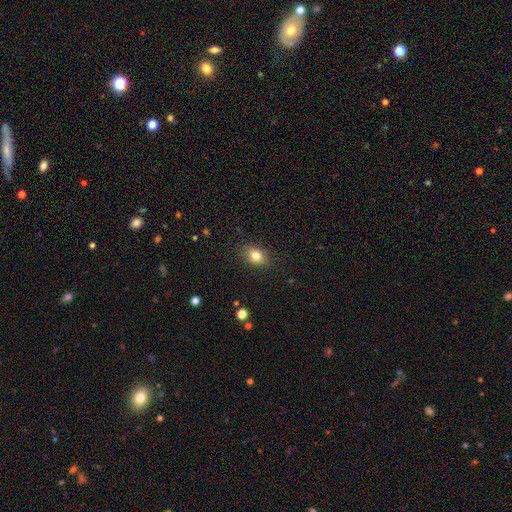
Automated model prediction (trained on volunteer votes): Smooth or featured?
  - smooth: 81% *
  - star or artifact: 10%
  - featured or disk: 9%
How rounded?
  - in between: 72% *
  - round: 27%
  - cigar-shaped: 1%
Merging?
  - none: 87% *
  - minor disturbance: 9%
  - major disturbance: 3%
  - merger: 1%